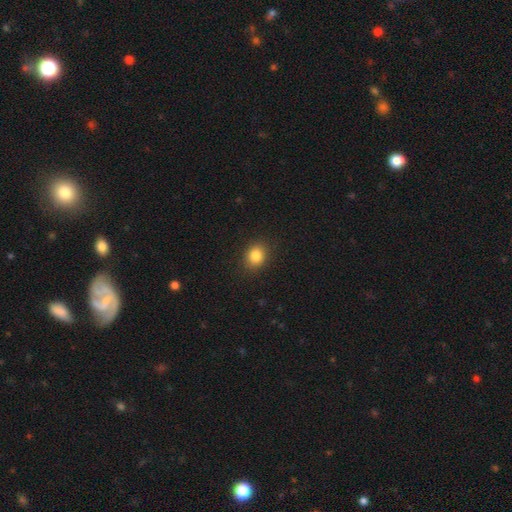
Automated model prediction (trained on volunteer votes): A smooth galaxy with no disk features (84%) that is round (58%). Merging: none (87%).